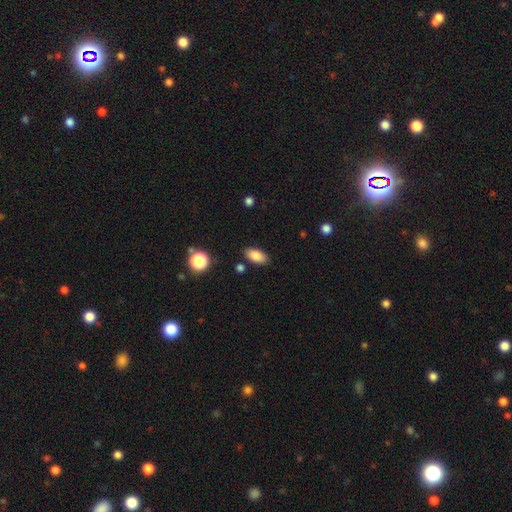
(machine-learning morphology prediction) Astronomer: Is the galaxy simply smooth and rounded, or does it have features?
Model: smooth — 85%.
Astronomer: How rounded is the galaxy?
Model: in between — 90%.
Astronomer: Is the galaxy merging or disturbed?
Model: none — 85%.